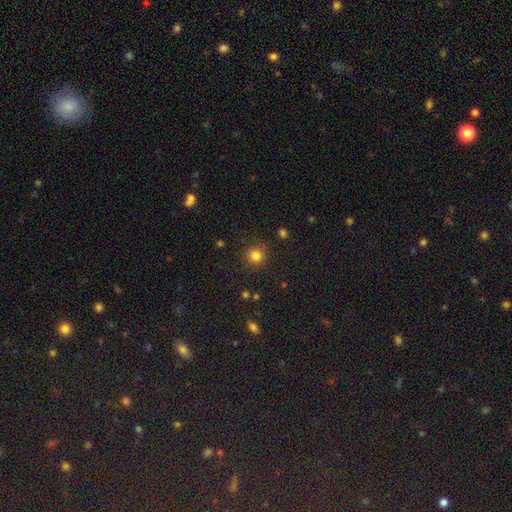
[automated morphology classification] smooth-or-featured: smooth: 82% | star or artifact: 13% | featured or disk: 5%
  how-rounded: round: 94% | in between: 5% | cigar-shaped: 1%
  merging: none: 89% | minor disturbance: 7% | major disturbance: 3% | merger: 2%